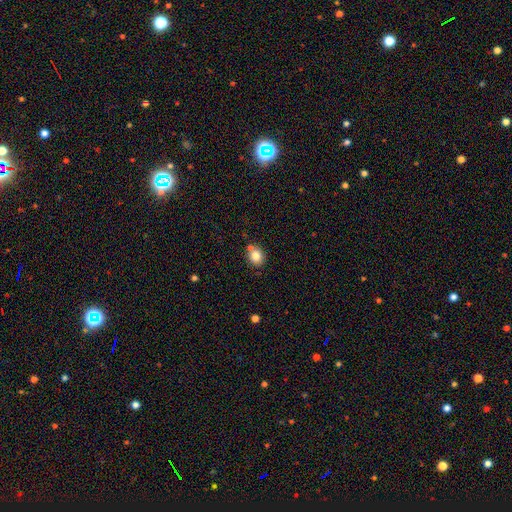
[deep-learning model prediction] The model was most divided on "how rounded": round: 72%, in between: 27%, cigar-shaped: 1%. More confident: smooth or featured — smooth (81%); merging — none (68%).